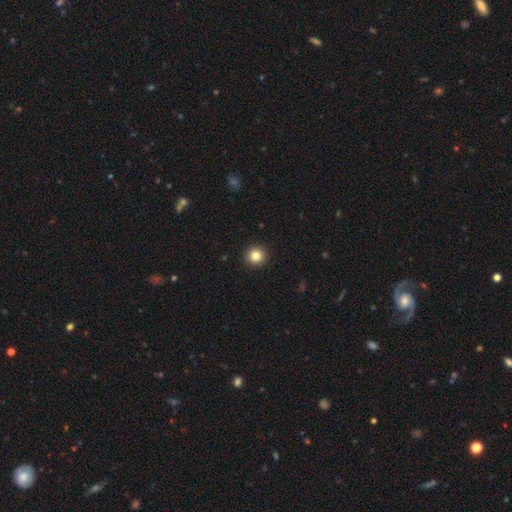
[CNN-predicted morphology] Smooth or featured: smooth — 83% (star or artifact — 11%)
How rounded: round — 96% (in between — 3%)
Merging: none — 94% (minor disturbance — 4%)